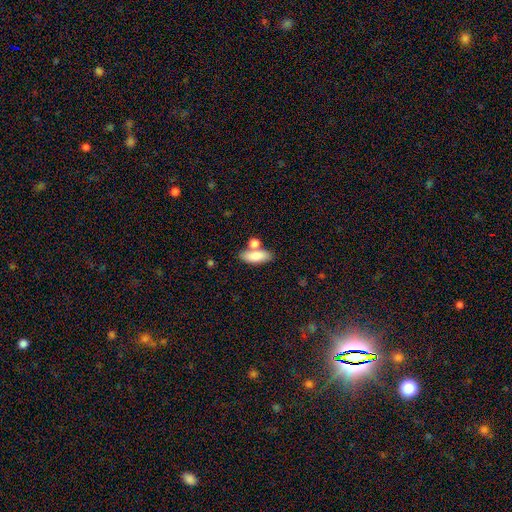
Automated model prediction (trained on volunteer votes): Smooth or featured?
  - smooth: 83% *
  - featured or disk: 10%
  - star or artifact: 7%
How rounded?
  - in between: 76% *
  - cigar-shaped: 20%
  - round: 4%
Merging?
  - none: 59% *
  - merger: 25%
  - minor disturbance: 12%
  - major disturbance: 4%